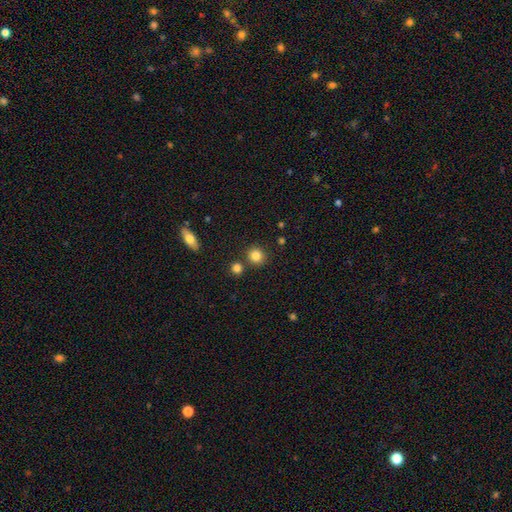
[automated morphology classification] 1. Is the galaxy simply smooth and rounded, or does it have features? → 84% smooth, 11% star or artifact, 5% featured or disk.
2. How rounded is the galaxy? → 90% round, 9% in between, 1% cigar-shaped.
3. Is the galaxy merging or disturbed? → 81% none, 9% merger, 7% minor disturbance, 3% major disturbance.